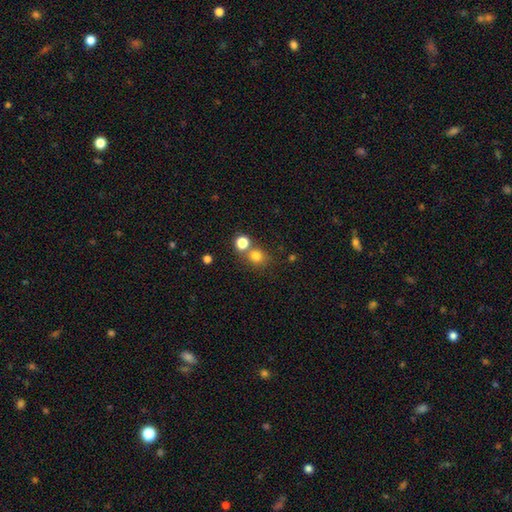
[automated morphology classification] Overall: smooth (78%). How rounded: round (80%). Merging: none (59%; merger 29%).